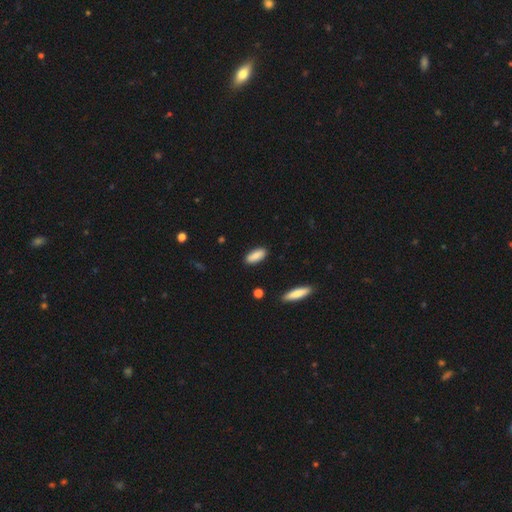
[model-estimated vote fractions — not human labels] Smooth or featured? smooth (86%)
How rounded? in between (80%)
Merging? none (88%)